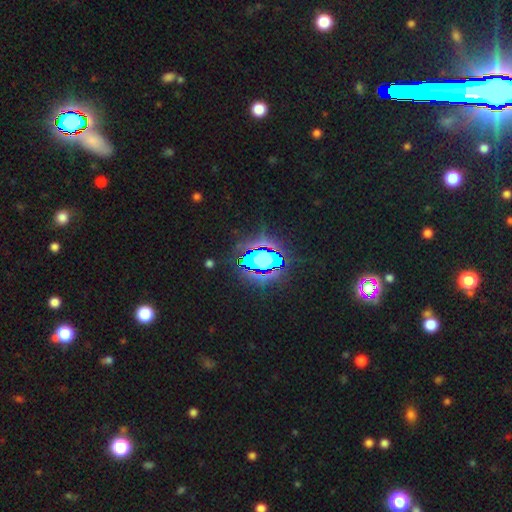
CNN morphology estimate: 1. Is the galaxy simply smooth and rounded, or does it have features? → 59% star or artifact, 23% smooth, 18% featured or disk.